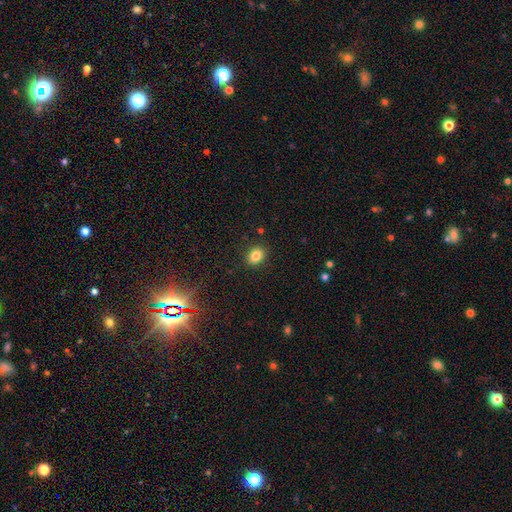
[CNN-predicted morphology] A smooth galaxy with no disk features (82%) that is in between round and cigar-shaped (57%). Merging: none (88%).